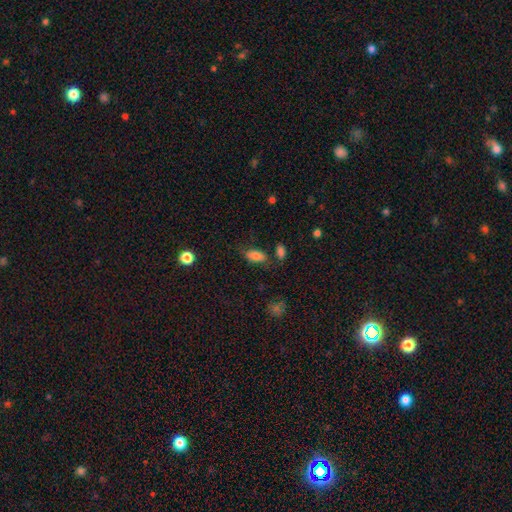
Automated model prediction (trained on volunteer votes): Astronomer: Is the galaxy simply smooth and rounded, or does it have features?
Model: smooth — 82%.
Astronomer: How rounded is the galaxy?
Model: in between — 90%.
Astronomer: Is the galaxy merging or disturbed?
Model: none — 69%.